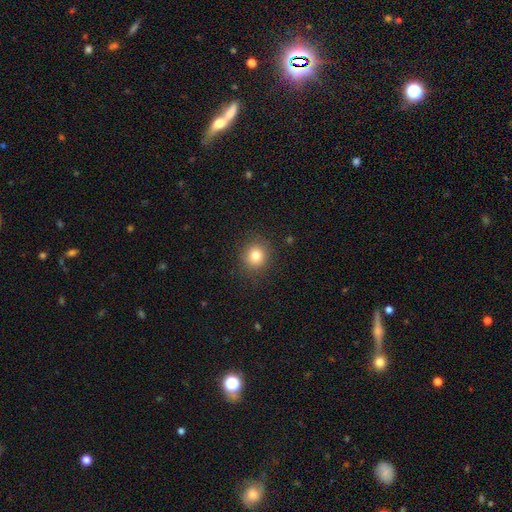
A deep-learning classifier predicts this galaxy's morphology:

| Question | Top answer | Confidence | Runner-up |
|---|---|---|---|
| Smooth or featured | smooth | 80% | star or artifact (12%) |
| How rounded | round | 84% | in between (15%) |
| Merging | none | 88% | minor disturbance (8%) |